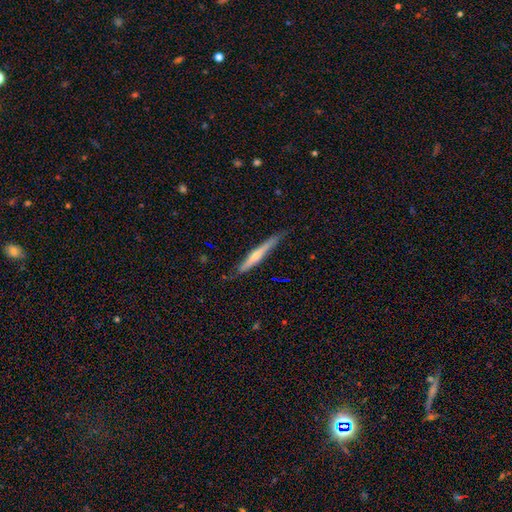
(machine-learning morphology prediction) Smooth or featured? Predicted: featured or disk (p=0.57). Edge-on disk? Predicted: yes (p=0.95). Edge-on bulge? Predicted: rounded (p=0.63). Merging? Predicted: none (p=0.76).